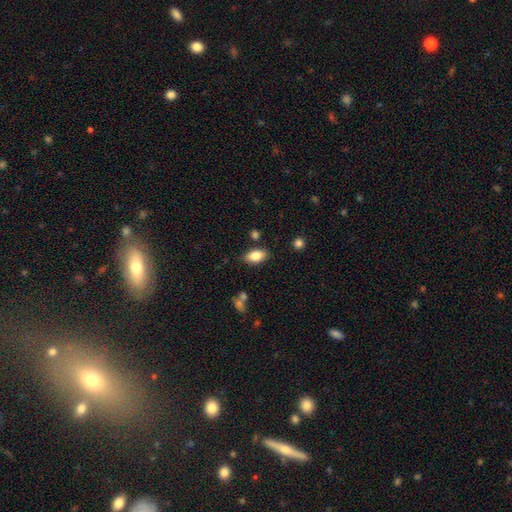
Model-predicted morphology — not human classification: Smooth or featured? smooth (83%)
How rounded? in between (91%)
Merging? none (82%)